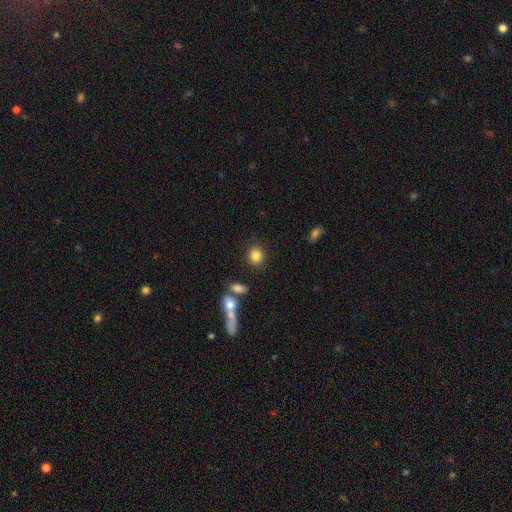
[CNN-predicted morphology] smooth_or_featured: smooth (p=0.84) [alt: star or artifact p=0.09]
how_rounded: round (p=0.80) [alt: in between p=0.19]
merging: none (p=0.84) [alt: minor disturbance p=0.08]